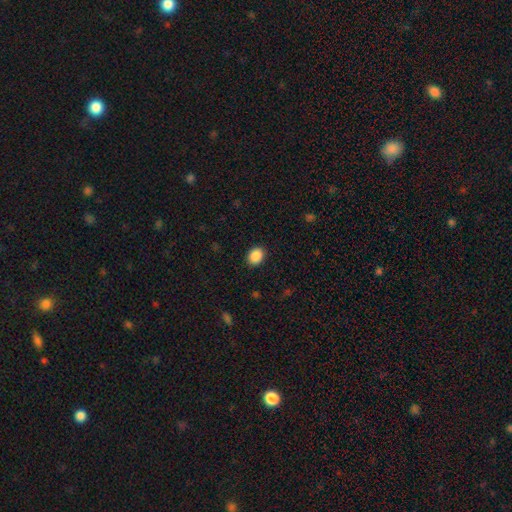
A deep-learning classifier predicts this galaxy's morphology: This is clearly a smooth galaxy (89%). How rounded: possibly round (52%). Merging: clearly none (90%).